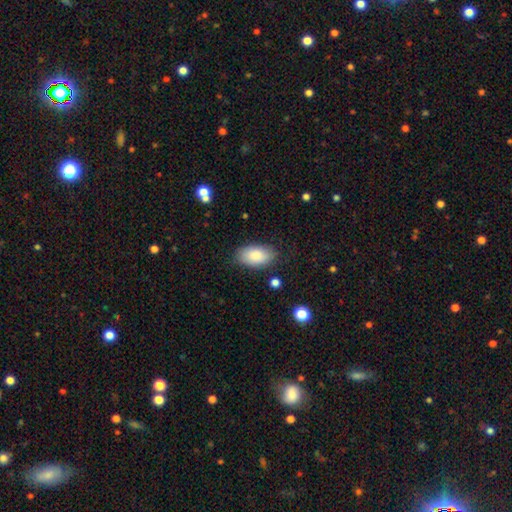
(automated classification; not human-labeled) Q: Smooth or featured?
A: smooth (87%); runner-up: featured or disk (7%)
Q: How rounded?
A: in between (94%); runner-up: round (4%)
Q: Merging?
A: none (79%); runner-up: minor disturbance (15%)